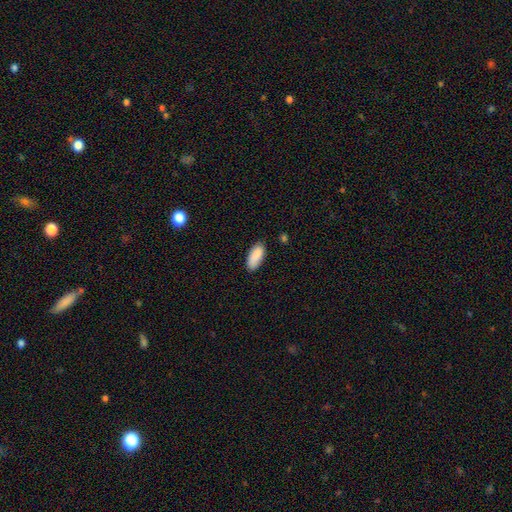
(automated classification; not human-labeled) This is clearly a smooth galaxy (90%). How rounded: clearly in between (87%). Merging: clearly none (81%).